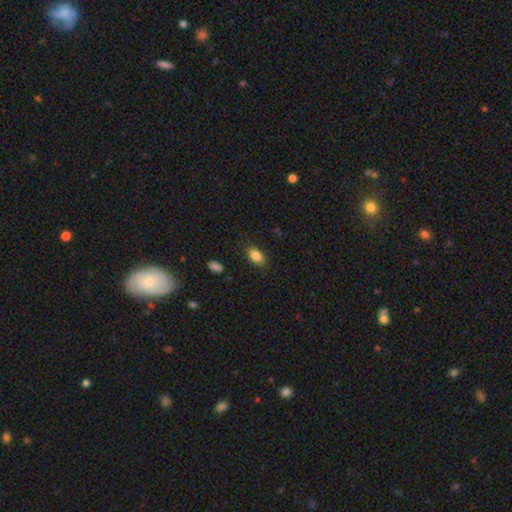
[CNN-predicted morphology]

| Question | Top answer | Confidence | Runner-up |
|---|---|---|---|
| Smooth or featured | smooth | 85% | star or artifact (9%) |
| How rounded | in between | 85% | round (13%) |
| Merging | none | 83% | minor disturbance (13%) |